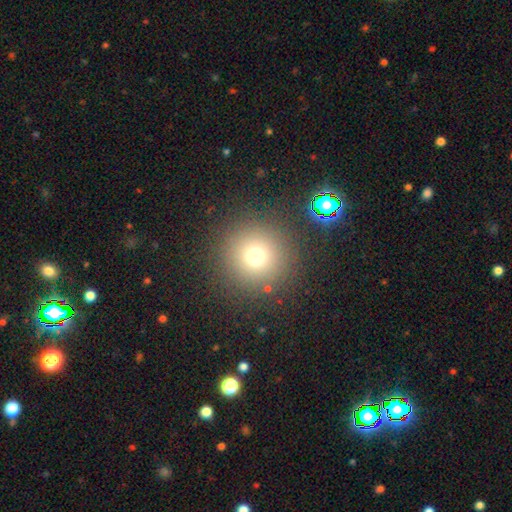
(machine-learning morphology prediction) Q: Smooth or featured?
A: smooth (71%); runner-up: star or artifact (20%)
Q: How rounded?
A: round (96%); runner-up: in between (3%)
Q: Merging?
A: none (88%); runner-up: minor disturbance (6%)